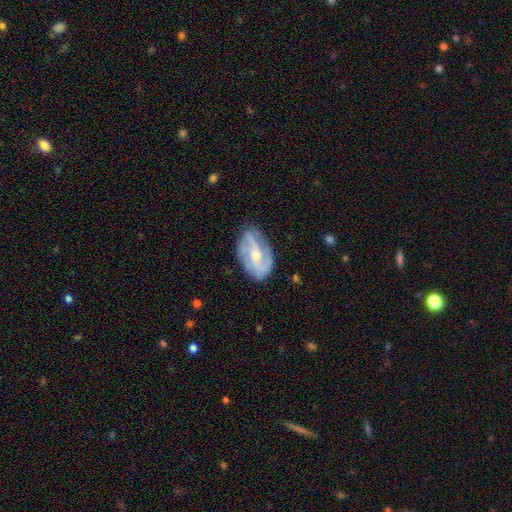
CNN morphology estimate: smooth-or-featured: featured or disk: 78% | smooth: 16% | star or artifact: 6%
  disk-edge-on: no: 96% | yes: 4%
    bar: no: 46% | weak: 41% | strong: 13%
    has-spiral-arms: yes: 92% | no: 8%
      spiral-winding: medium: 42% | loose: 33% | tight: 26%
      spiral-arm-count: 2: 48% | 3: 23% | can't tell: 17% | 4: 5% | 1: 4% | more than 4: 3%
    bulge-size: moderate: 57% | small: 36% | large: 4% | none: 3% | dominant: 1%
  merging: none: 72% | minor disturbance: 20% | major disturbance: 7% | merger: 1%